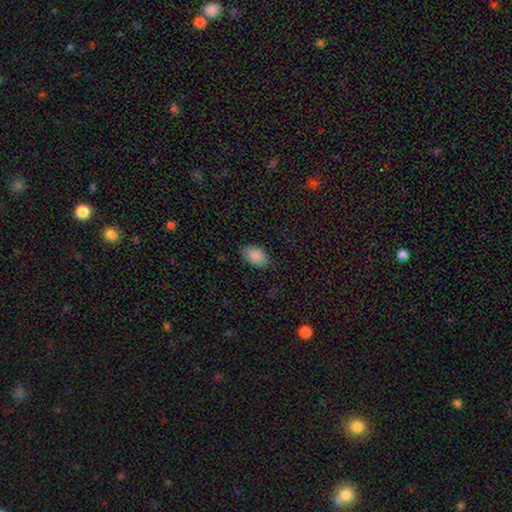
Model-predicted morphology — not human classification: Smooth or featured? Predicted: smooth (p=0.88). How rounded? Predicted: in between (p=0.91). Merging? Predicted: none (p=0.81).